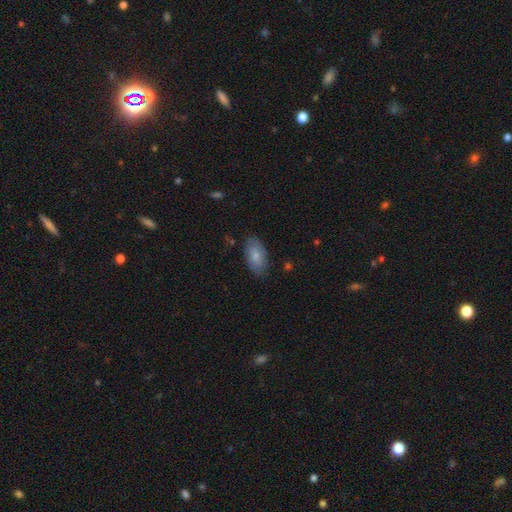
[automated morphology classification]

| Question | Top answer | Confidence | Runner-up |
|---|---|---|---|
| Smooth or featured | smooth | 80% | featured or disk (14%) |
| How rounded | in between | 93% | cigar-shaped (4%) |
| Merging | none | 81% | minor disturbance (15%) |